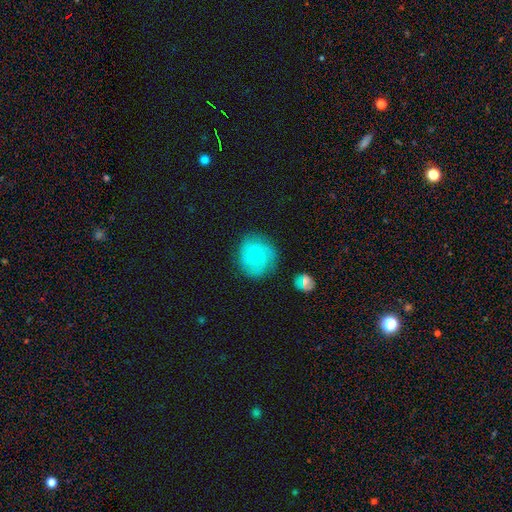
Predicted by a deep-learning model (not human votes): Morphology: type=smooth (53%); roundness=round (84%); merging=none (72%).